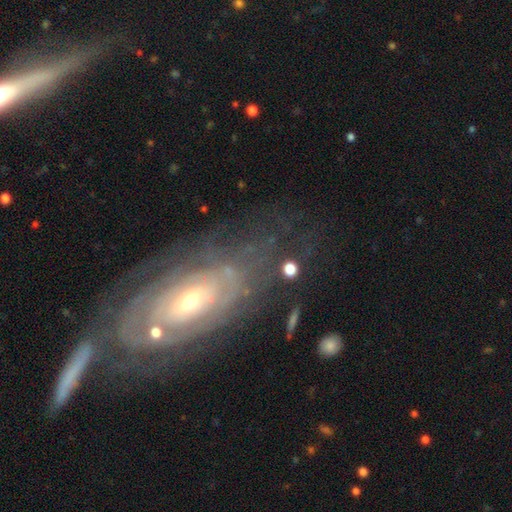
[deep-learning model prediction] featured or disk 80%, smooth 12%, star or artifact 7%. Down the decision tree: edge-on disk — no (91%); bar — no (71%); spiral arms — yes (83%); spiral arm count — can't tell (60%); spiral winding — tight (79%); bulge size — small (53%); merging — none (65%).